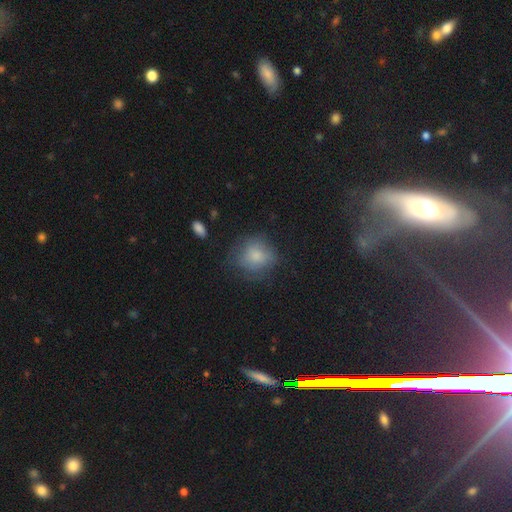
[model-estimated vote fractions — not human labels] smooth_or_featured: smooth (p=0.77) [alt: featured or disk p=0.15]
how_rounded: round (p=0.82) [alt: in between p=0.17]
merging: none (p=0.64) [alt: minor disturbance p=0.23]